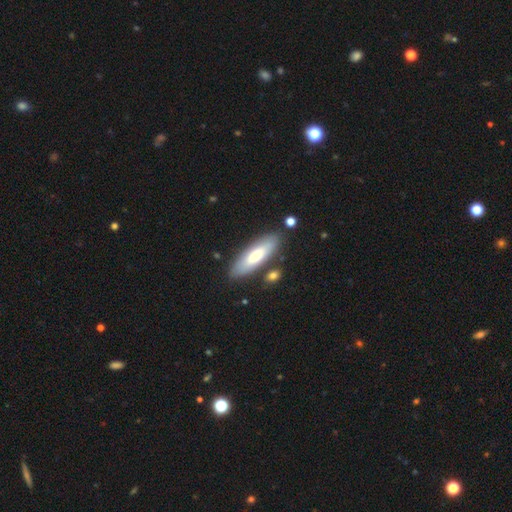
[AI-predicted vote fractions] smooth-or-featured: smooth: 63% | featured or disk: 31% | star or artifact: 6%
  how-rounded: in between: 53% | cigar-shaped: 45% | round: 2%
  merging: none: 82% | minor disturbance: 11% | merger: 5% | major disturbance: 3%